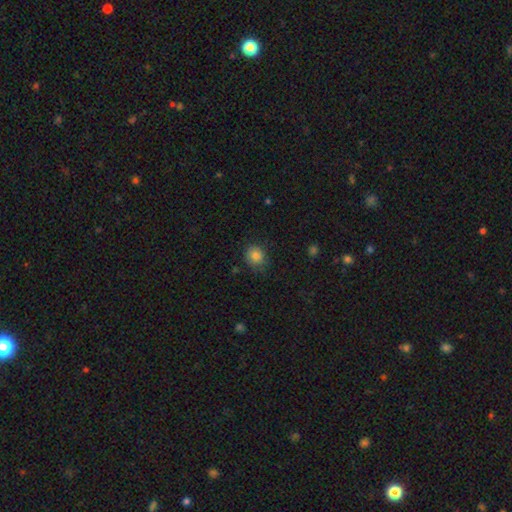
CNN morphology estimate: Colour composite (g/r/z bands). It shows a smooth galaxy with no disk features (82%) that is round (80%). Merging: none (78%).